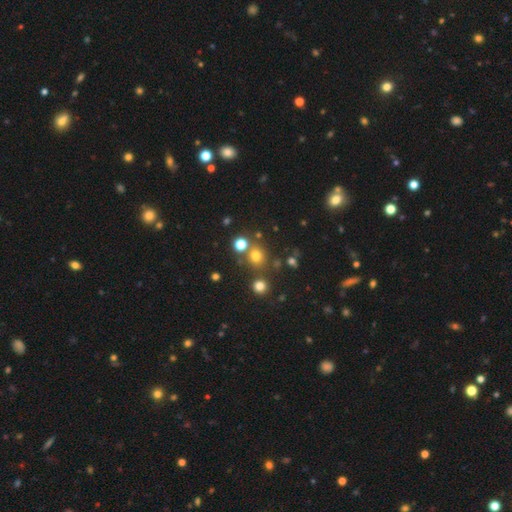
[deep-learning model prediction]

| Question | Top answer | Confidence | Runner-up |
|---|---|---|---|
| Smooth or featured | smooth | 70% | star or artifact (22%) |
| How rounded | round | 85% | in between (15%) |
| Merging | none | 74% | merger (14%) |